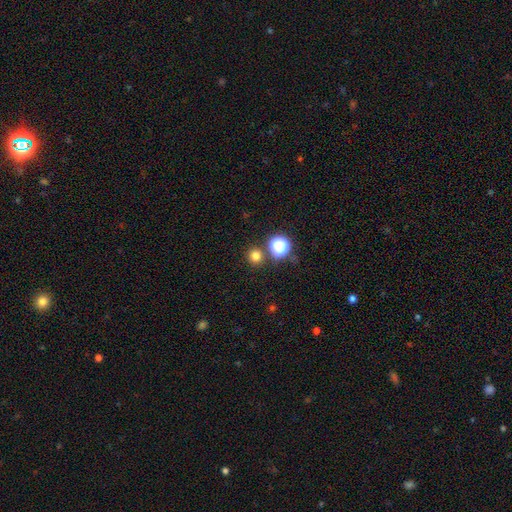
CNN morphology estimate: A smooth galaxy with no disk features (76%) that is round (92%). Merging: none (84%).